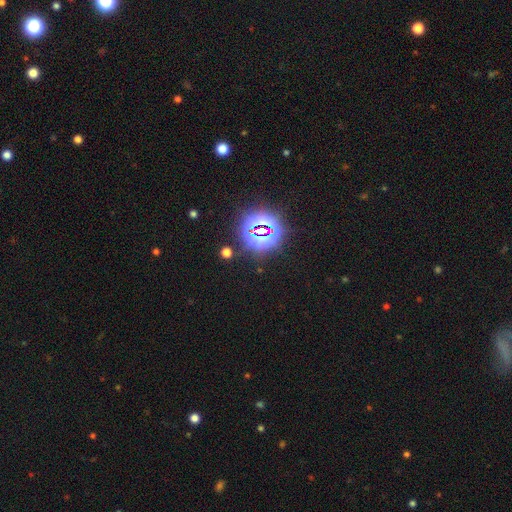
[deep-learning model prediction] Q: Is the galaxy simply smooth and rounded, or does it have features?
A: star or artifact — 84%.